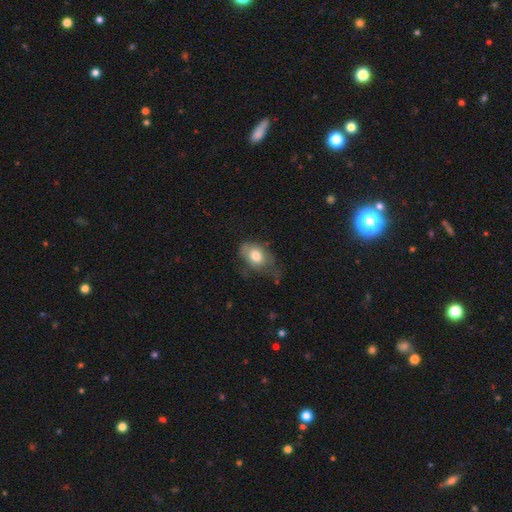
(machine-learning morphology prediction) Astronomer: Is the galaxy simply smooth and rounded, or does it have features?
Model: smooth — 73%.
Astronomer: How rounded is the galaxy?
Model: in between — 80%.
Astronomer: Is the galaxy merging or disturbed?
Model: minor disturbance — 37% (runner-up: none, 34%).